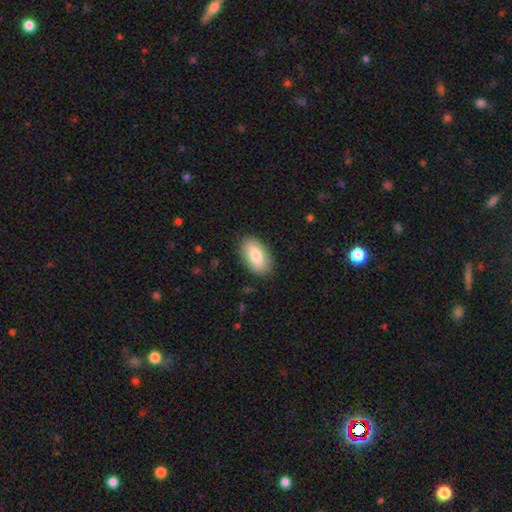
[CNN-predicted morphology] This is likely a smooth galaxy (79%). How rounded: clearly in between (93%). Merging: clearly none (85%).